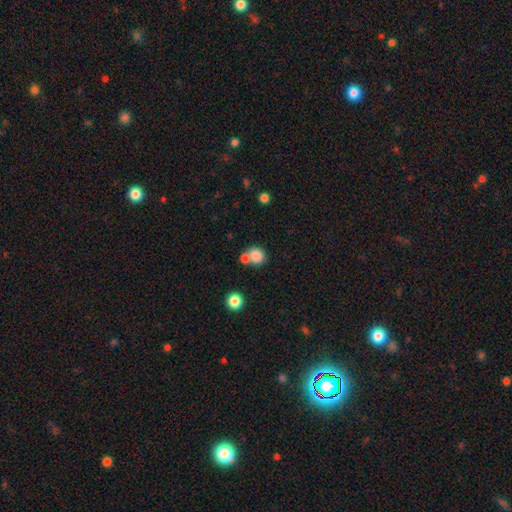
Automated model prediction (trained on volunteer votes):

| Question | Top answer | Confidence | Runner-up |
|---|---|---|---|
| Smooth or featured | smooth | 83% | star or artifact (10%) |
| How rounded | round | 80% | in between (19%) |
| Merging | none | 53% | merger (34%) |